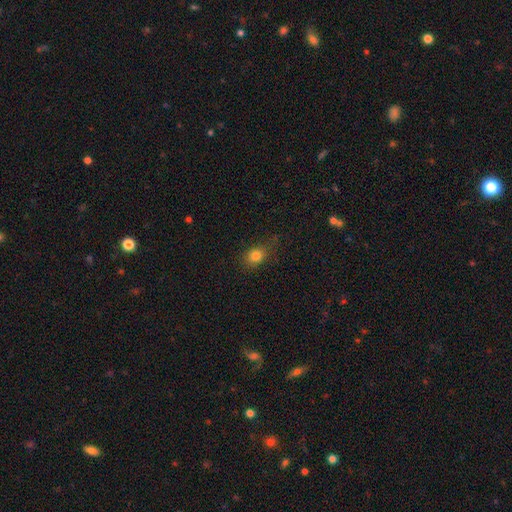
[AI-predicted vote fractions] A smooth galaxy with no disk features (80%) that is in between round and cigar-shaped (50%).

Vote fractions:
- Smooth or featured? smooth: 80% / star or artifact: 12% / featured or disk: 8%
- How rounded? in between: 50% / round: 47% / cigar-shaped: 3%
- Merging? none: 68% / minor disturbance: 23% / major disturbance: 8% / merger: 2%